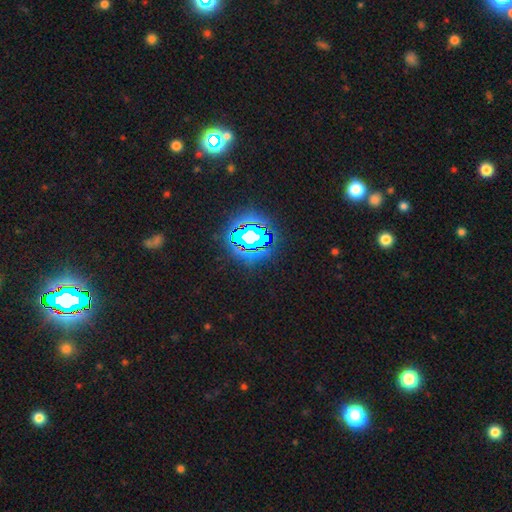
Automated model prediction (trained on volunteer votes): Q: Smooth or featured?
A: star or artifact (82%); runner-up: smooth (11%)